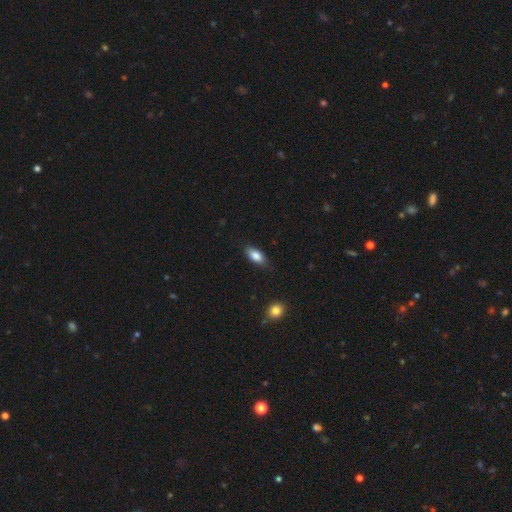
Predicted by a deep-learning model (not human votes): Smooth or featured: smooth — 84% (featured or disk — 9%)
How rounded: in between — 88% (cigar-shaped — 8%)
Merging: none — 80% (minor disturbance — 16%)